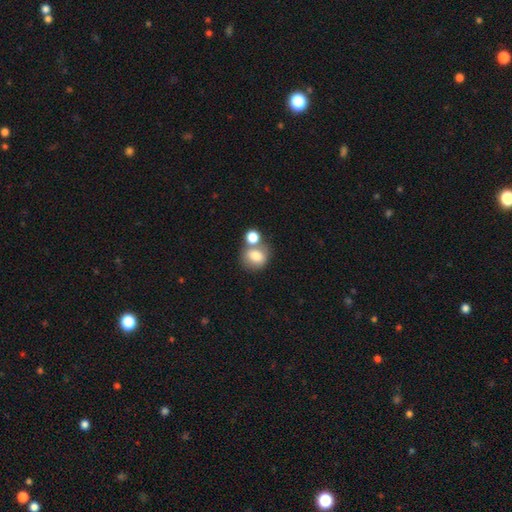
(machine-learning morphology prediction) A smooth galaxy with no disk features (78%) that is round (66%). Merging: none (44%).